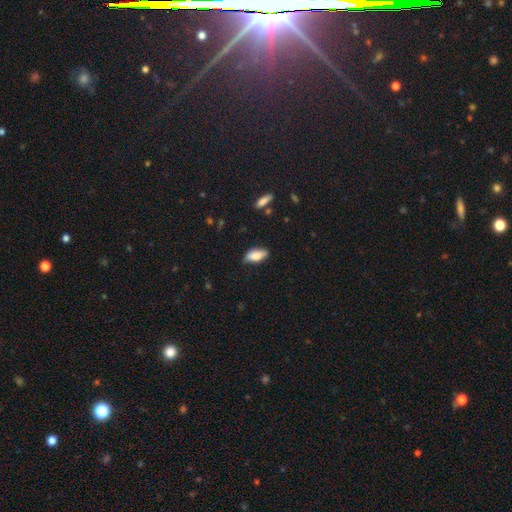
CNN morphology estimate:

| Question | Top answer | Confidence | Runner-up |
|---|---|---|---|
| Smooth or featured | smooth | 82% | featured or disk (12%) |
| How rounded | in between | 86% | cigar-shaped (11%) |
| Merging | none | 77% | minor disturbance (19%) |